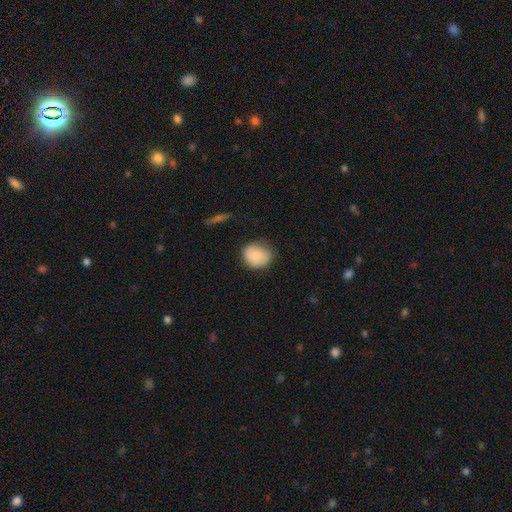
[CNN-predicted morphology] Smooth or featured? smooth (81%)
How rounded? round (64%)
Merging? none (68%)